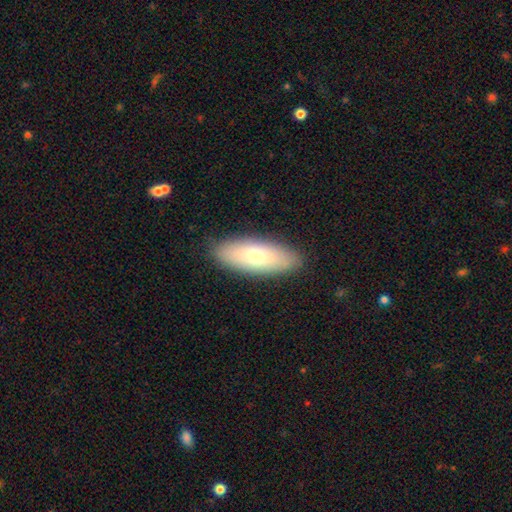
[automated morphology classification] This appears to be a smooth galaxy with no disk features (72%) that is in between round and cigar-shaped (68%). Merging: none (88%).